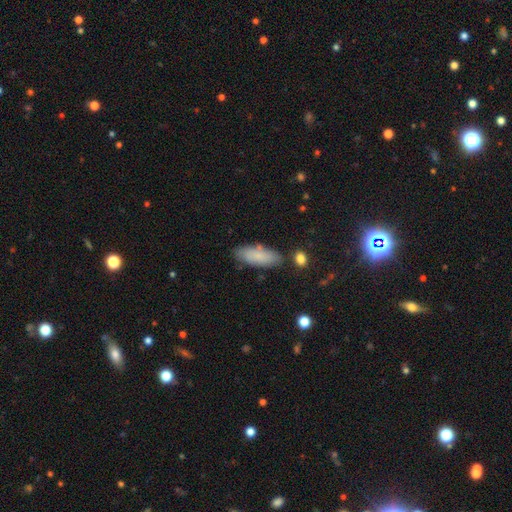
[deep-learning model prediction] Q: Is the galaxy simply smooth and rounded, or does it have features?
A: smooth — 81%.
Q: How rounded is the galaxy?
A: in between — 73%.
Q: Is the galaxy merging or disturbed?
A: none — 77%.